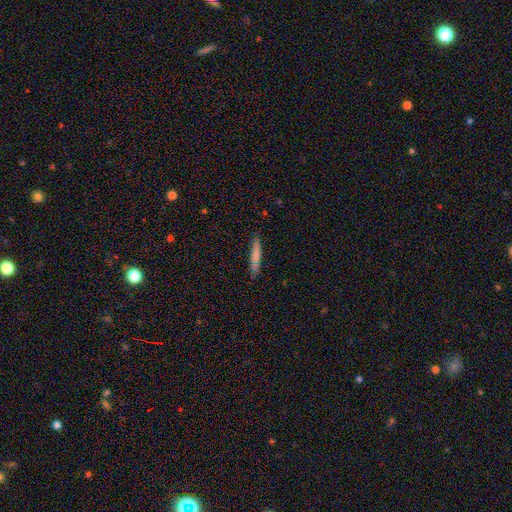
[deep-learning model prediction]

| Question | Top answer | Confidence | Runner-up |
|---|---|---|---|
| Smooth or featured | smooth | 75% | featured or disk (19%) |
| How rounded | cigar-shaped | 90% | in between (9%) |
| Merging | none | 82% | minor disturbance (13%) |